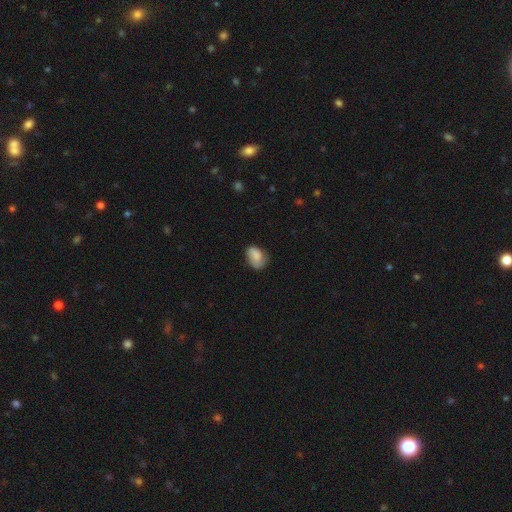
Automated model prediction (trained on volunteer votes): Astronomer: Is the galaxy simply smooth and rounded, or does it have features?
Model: smooth — 73%.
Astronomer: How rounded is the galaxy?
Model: in between — 77%.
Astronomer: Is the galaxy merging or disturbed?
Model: none — 54% (runner-up: minor disturbance, 32%).